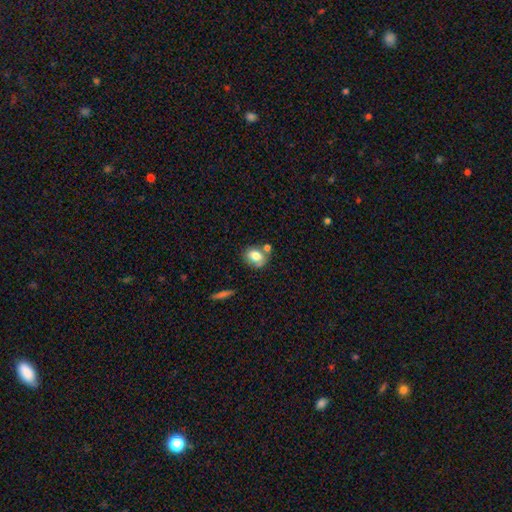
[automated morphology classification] This appears to be a smooth galaxy with no disk features (77%) that is in between round and cigar-shaped (58%). Merging: none (53%).